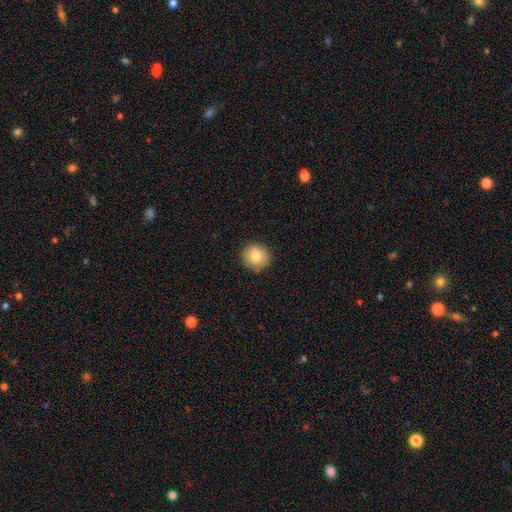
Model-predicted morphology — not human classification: This is clearly a smooth galaxy (80%). How rounded: clearly round (87%). Merging: clearly none (86%).